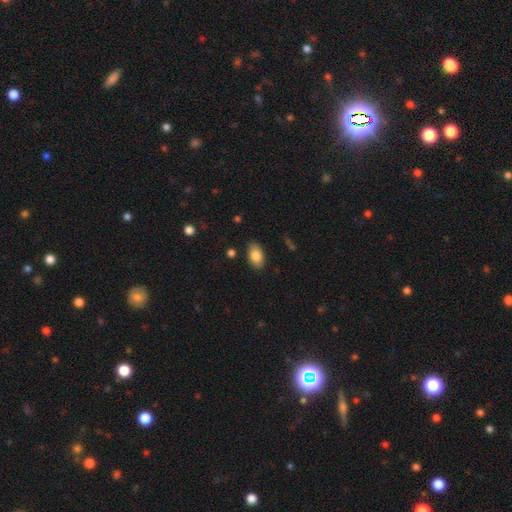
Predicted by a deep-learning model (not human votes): smooth 83%, featured or disk 10%, star or artifact 7%. Down the decision tree: how rounded — in between (92%); merging — none (86%).